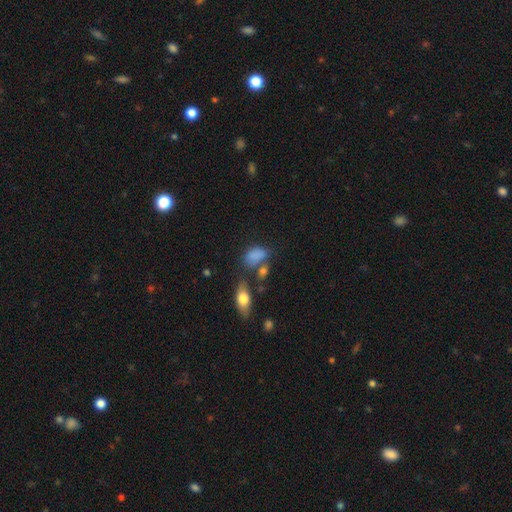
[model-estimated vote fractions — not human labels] A smooth galaxy with no disk features (81%) that is in between round and cigar-shaped (86%). Merging: none (46%).